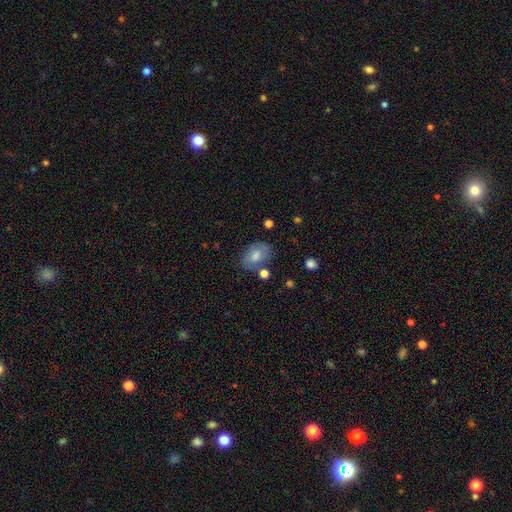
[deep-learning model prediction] Smooth or featured? Predicted: smooth (p=0.68). How rounded? Predicted: in between (p=0.84). Merging? Predicted: none (p=0.64).